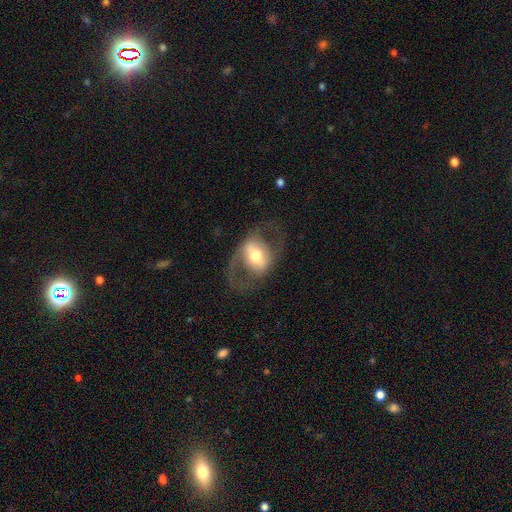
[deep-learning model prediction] The model was most divided on "spiral arms": no: 52%, yes: 48%. Remaining: edge-on disk — no (91%); merging — none (67%); smooth or featured — featured or disk (66%); bulge size — moderate (61%); bar — strong (38%).